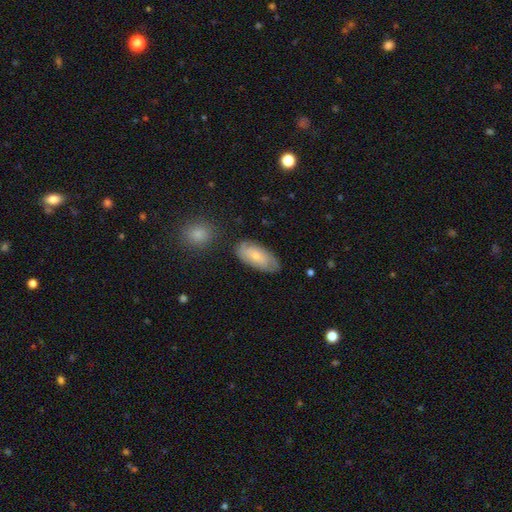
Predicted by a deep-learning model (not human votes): Overall: smooth (57%; featured or disk 37%). How rounded: in between (91%). Merging: none (73%).